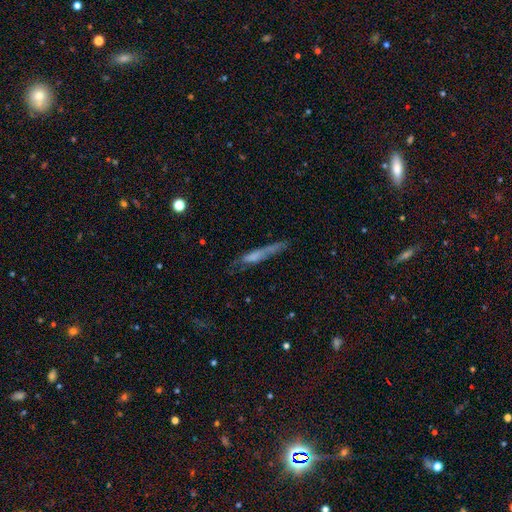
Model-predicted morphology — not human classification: Q: Smooth or featured?
A: smooth (52%); runner-up: featured or disk (38%)
Q: How rounded?
A: cigar-shaped (90%); runner-up: in between (8%)
Q: Merging?
A: none (54%); runner-up: minor disturbance (26%)